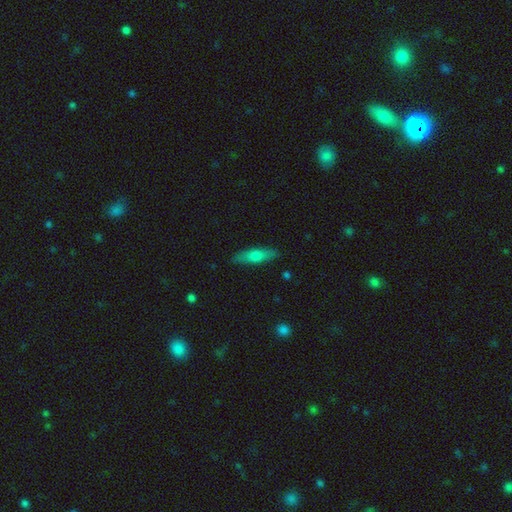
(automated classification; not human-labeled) A smooth galaxy with no disk features (65%) that is cigar-shaped (56%). Merging: none (86%).